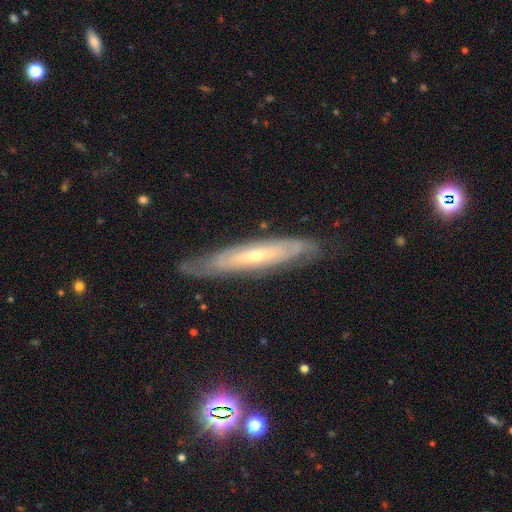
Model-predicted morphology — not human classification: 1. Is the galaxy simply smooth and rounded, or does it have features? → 72% featured or disk, 20% smooth, 7% star or artifact.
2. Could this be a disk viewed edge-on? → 52% yes, 48% no.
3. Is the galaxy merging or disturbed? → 78% none, 17% minor disturbance, 4% major disturbance, 1% merger.